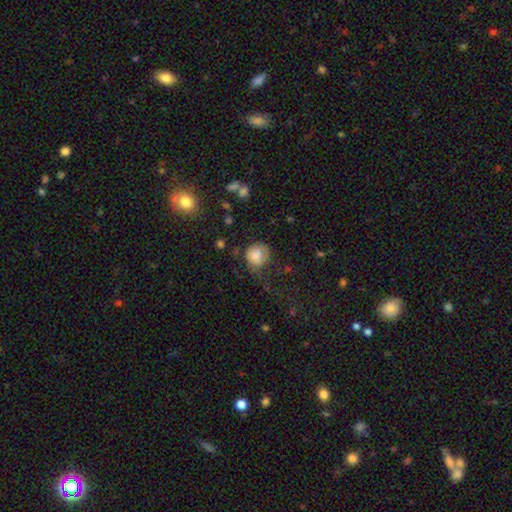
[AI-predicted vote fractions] Smooth or featured?
  - smooth: 63% *
  - featured or disk: 28%
  - star or artifact: 9%
How rounded?
  - round: 77% *
  - in between: 22%
  - cigar-shaped: 1%
Merging?
  - none: 43% *
  - minor disturbance: 27%
  - major disturbance: 27%
  - merger: 2%